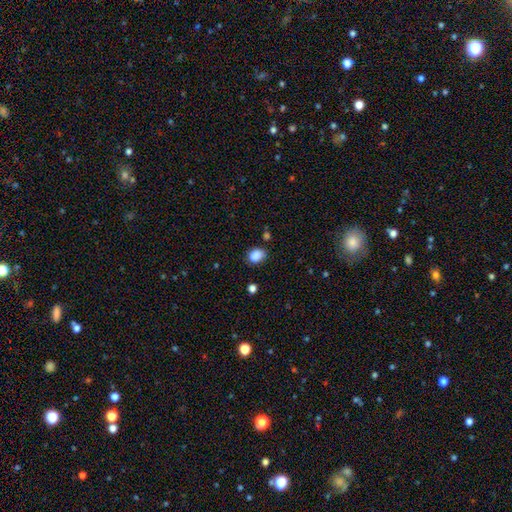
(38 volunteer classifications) Smooth or featured? 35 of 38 (92%) said smooth. How rounded? 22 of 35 (63%) said in between. Merging? 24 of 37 (65%) said none.